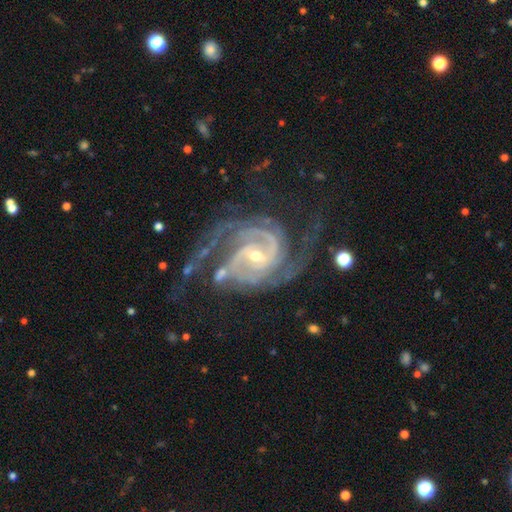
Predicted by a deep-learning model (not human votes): smooth-or-featured: featured or disk: 93% | star or artifact: 4% | smooth: 2%
  disk-edge-on: no: 98% | yes: 2%
    bar: weak: 46% | no: 28% | strong: 26%
    has-spiral-arms: yes: 99% | no: 1%
      spiral-winding: tight: 48% | medium: 44% | loose: 8%
      spiral-arm-count: 2: 60% | 3: 18% | can't tell: 7% | 4: 6% | more than 4: 4% | 1: 4%
    bulge-size: small: 59% | moderate: 38% | large: 2% | none: 1% | dominant: 1%
  merging: none: 59% | minor disturbance: 19% | major disturbance: 18% | merger: 4%